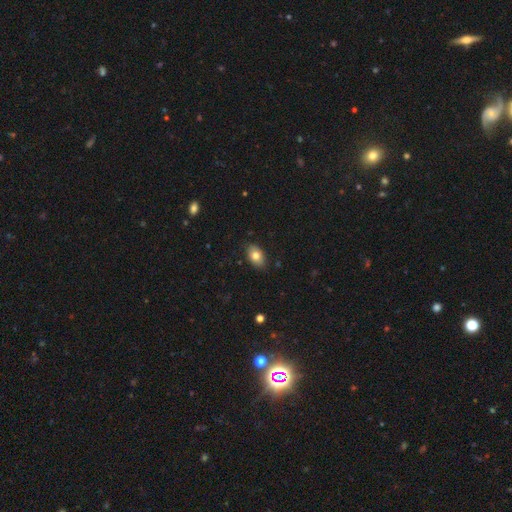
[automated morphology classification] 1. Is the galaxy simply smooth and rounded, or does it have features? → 78% smooth, 14% featured or disk, 8% star or artifact.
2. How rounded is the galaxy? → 88% in between, 10% round, 2% cigar-shaped.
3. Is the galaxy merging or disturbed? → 84% none, 13% minor disturbance, 2% major disturbance, 1% merger.